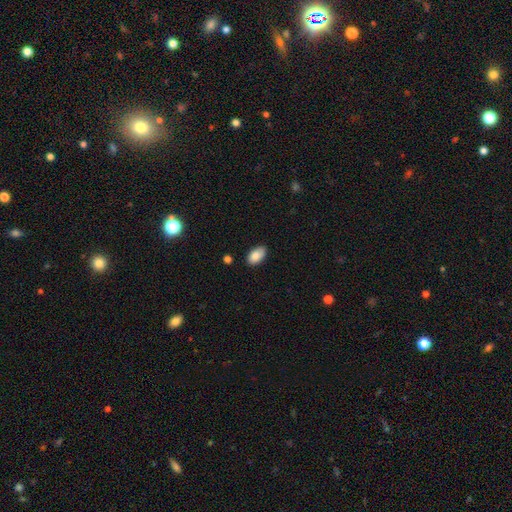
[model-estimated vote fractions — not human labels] This is clearly a smooth galaxy (85%). How rounded: clearly in between (94%). Merging: clearly none (82%).